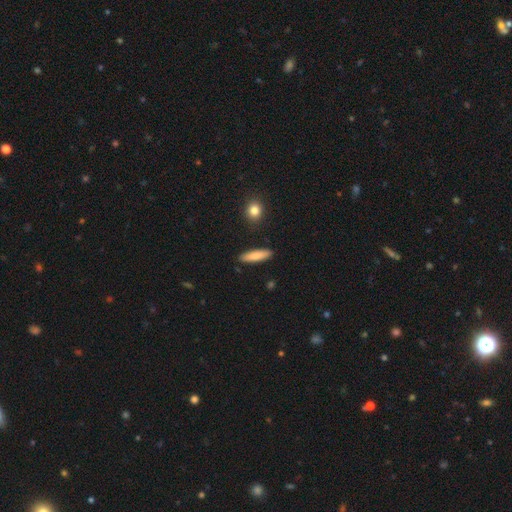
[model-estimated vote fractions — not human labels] smooth-or-featured: smooth: 82% | featured or disk: 12% | star or artifact: 6%
  how-rounded: cigar-shaped: 74% | in between: 25% | round: 2%
  merging: none: 90% | minor disturbance: 7% | merger: 2% | major disturbance: 2%